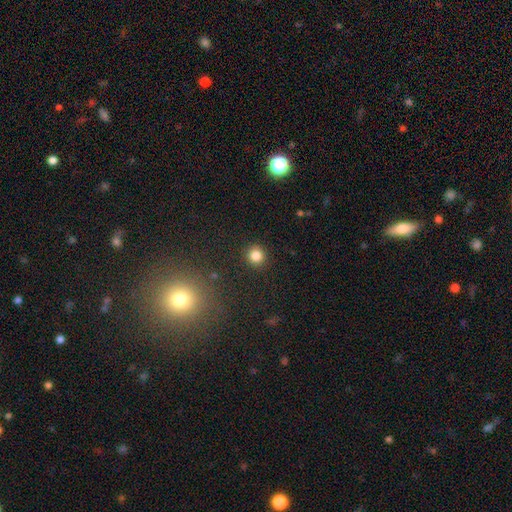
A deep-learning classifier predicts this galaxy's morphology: Smooth or featured? smooth (83%)
How rounded? round (92%)
Merging? none (91%)